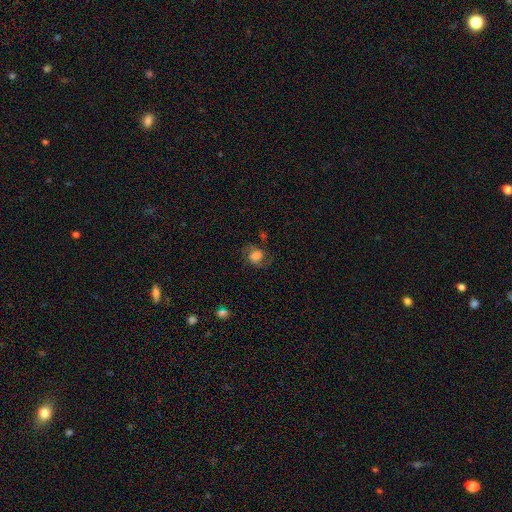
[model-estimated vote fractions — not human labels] The model was most divided on "how rounded": round: 54%, in between: 44%, cigar-shaped: 1%. More confident: merging — none (61%); smooth or featured — smooth (59%).